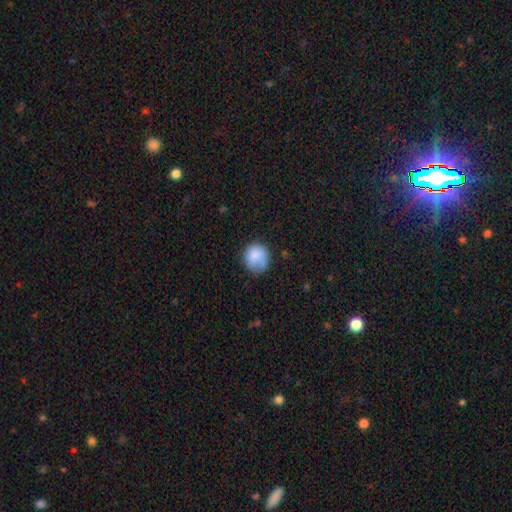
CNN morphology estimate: A smooth galaxy with no disk features (83%) that is round (86%). Merging: none (68%).